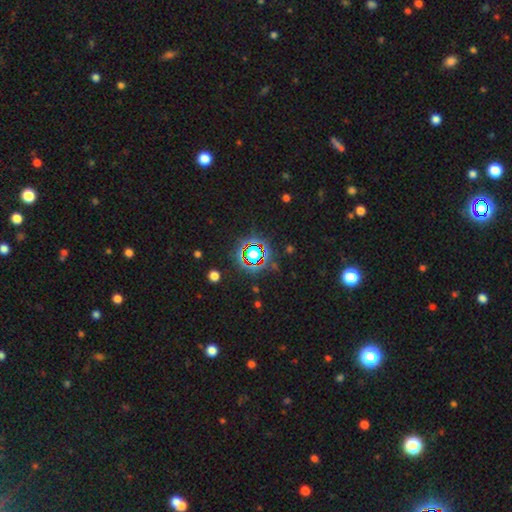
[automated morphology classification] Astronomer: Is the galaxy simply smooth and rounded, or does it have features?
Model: star or artifact — 70%.